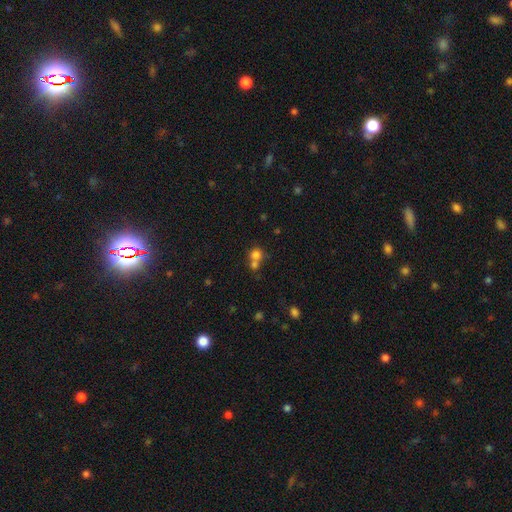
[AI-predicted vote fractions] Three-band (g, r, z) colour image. It shows a smooth galaxy with no disk features (75%) that is round (83%). Merging: merger (52%).